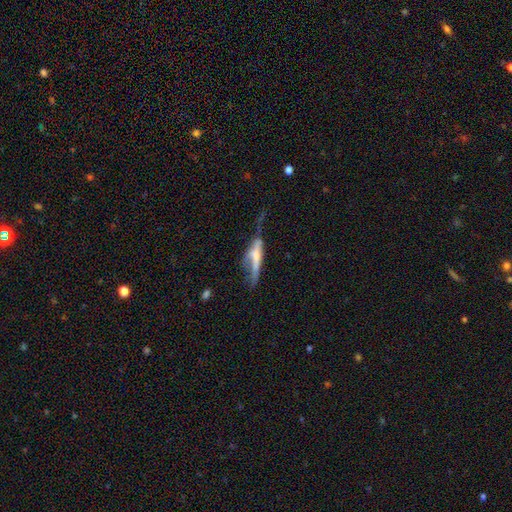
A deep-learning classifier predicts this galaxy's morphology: A featured or disk galaxy (54%) viewed edge-on (71%). Merging: major disturbance (37%).